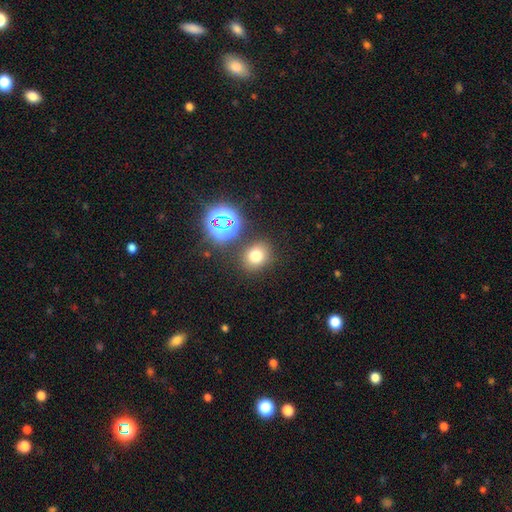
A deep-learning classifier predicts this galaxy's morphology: This appears to be a smooth galaxy with no disk features (71%) that is round (67%). Merging: none (81%).